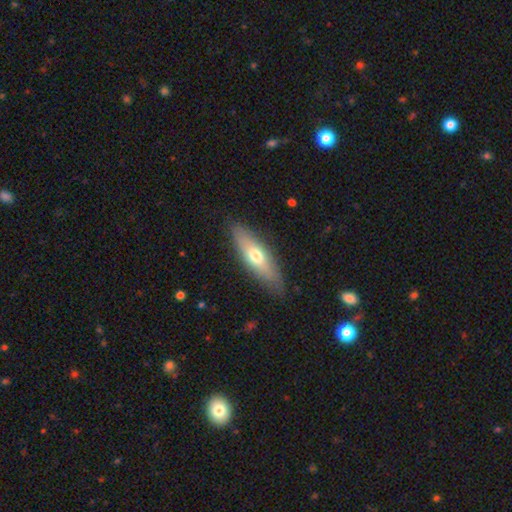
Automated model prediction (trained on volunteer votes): This is likely a smooth galaxy (61%). How rounded: possibly in between (51%). Merging: clearly none (84%).